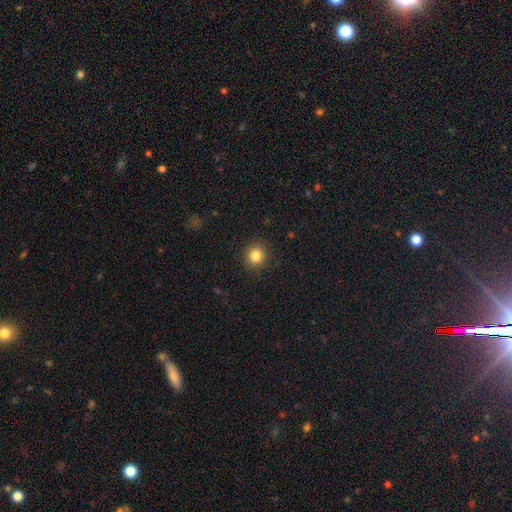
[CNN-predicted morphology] A smooth galaxy with no disk features (84%) that is round (89%). Merging: none (91%).